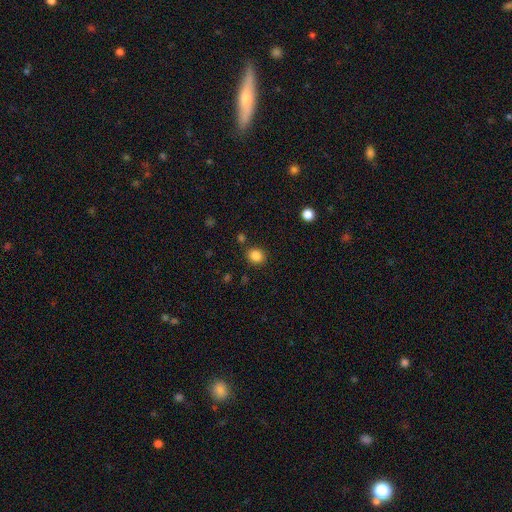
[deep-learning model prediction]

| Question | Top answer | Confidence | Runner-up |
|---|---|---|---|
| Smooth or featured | smooth | 85% | star or artifact (11%) |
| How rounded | round | 71% | in between (28%) |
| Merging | none | 84% | minor disturbance (9%) |